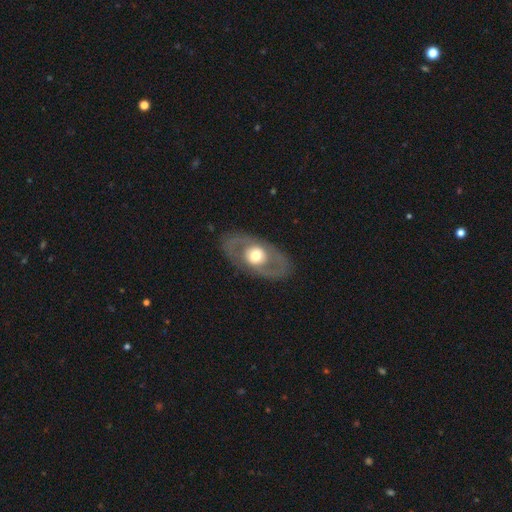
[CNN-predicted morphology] smooth_or_featured: featured or disk (p=0.65) [alt: smooth p=0.30]
disk_edge_on: no (p=0.90) [alt: yes p=0.10]
bar: no (p=0.81) [alt: weak p=0.14]
has_spiral_arms: no (p=0.71) [alt: yes p=0.29]
bulge_size: moderate (p=0.59) [alt: large p=0.30]
merging: none (p=0.84) [alt: minor disturbance p=0.09]